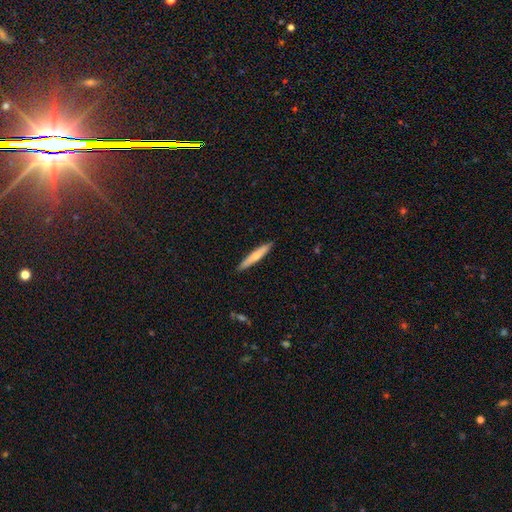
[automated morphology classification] smooth_or_featured: smooth (p=0.64) [alt: featured or disk p=0.31]
how_rounded: cigar-shaped (p=0.93) [alt: in between p=0.06]
merging: none (p=0.90) [alt: minor disturbance p=0.08]